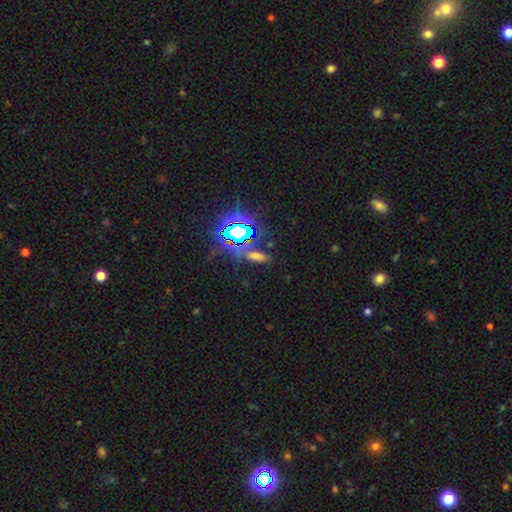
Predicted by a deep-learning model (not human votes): smooth 44%, star or artifact 43%, featured or disk 12%. Down the decision tree: merging — none (77%).